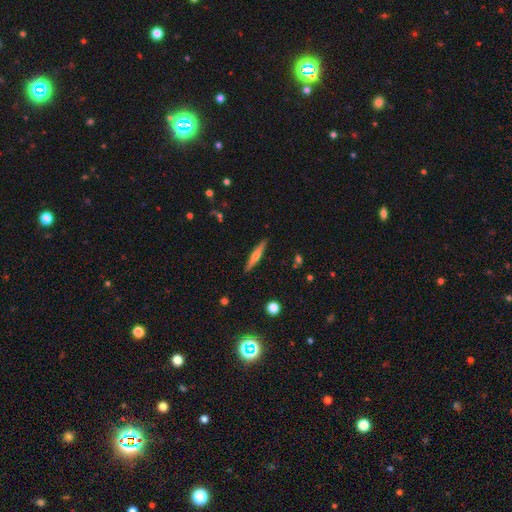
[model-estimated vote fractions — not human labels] Morphology: type=featured or disk (57%); edge-on=yes (96%); edge-on bulge=rounded (79%); merging=none (90%).